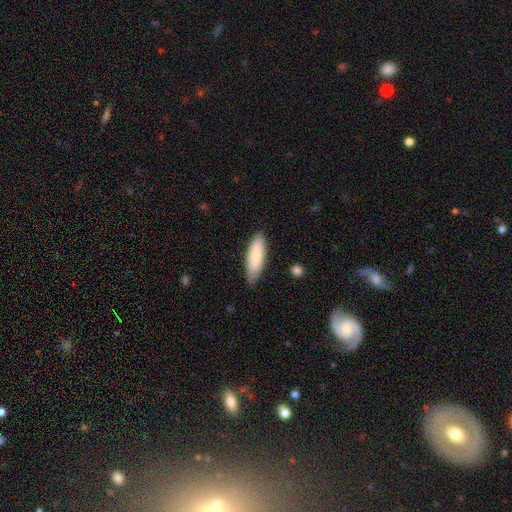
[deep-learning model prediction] smooth 80%, featured or disk 15%, star or artifact 5%. Down the decision tree: how rounded — in between (53%); merging — none (81%).